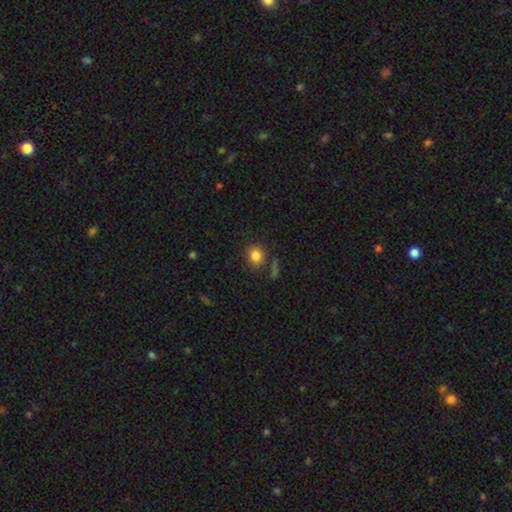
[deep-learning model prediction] A smooth galaxy with no disk features (84%) that is round (82%).

Vote fractions:
- Smooth or featured? smooth: 84% / star or artifact: 11% / featured or disk: 6%
- How rounded? round: 82% / in between: 17% / cigar-shaped: 1%
- Merging? none: 77% / minor disturbance: 12% / merger: 6% / major disturbance: 4%